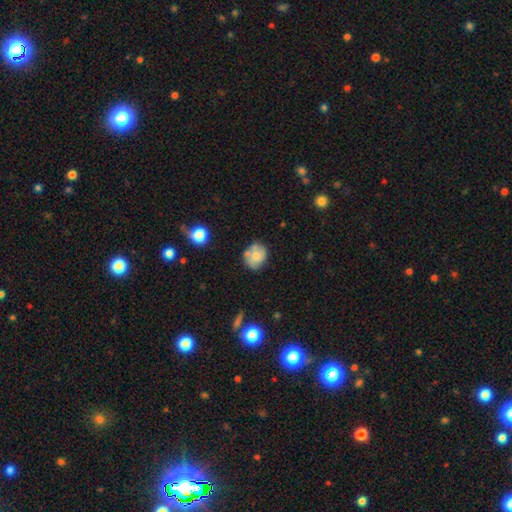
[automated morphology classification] Smooth or featured: smooth — 66% (featured or disk — 25%)
How rounded: round — 65% (in between — 34%)
Merging: none — 59% (minor disturbance — 22%)